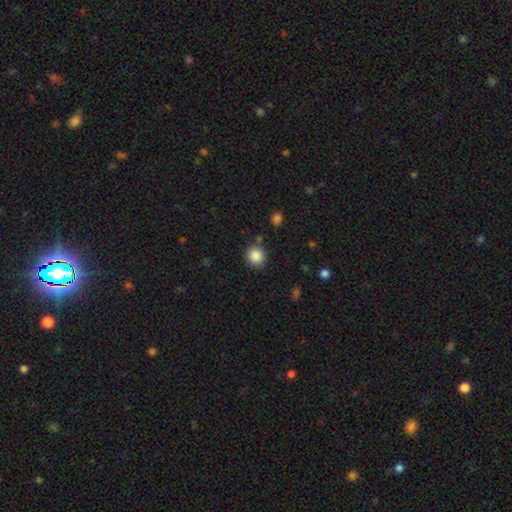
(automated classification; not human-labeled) Smooth or featured? Predicted: smooth (p=0.87). How rounded? Predicted: round (p=0.90). Merging? Predicted: none (p=0.83).